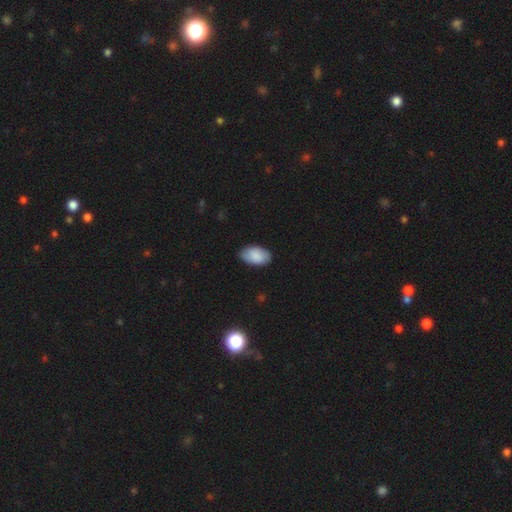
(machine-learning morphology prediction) smooth 88%, featured or disk 6%, star or artifact 6%. Down the decision tree: how rounded — in between (95%); merging — none (82%).